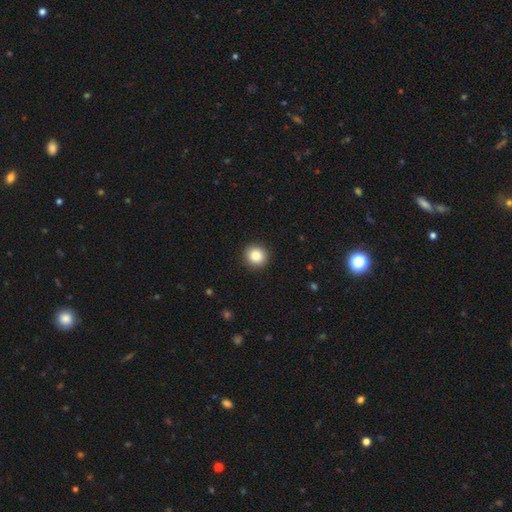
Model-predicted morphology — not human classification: Smooth or featured? smooth (86%)
How rounded? round (93%)
Merging? none (92%)